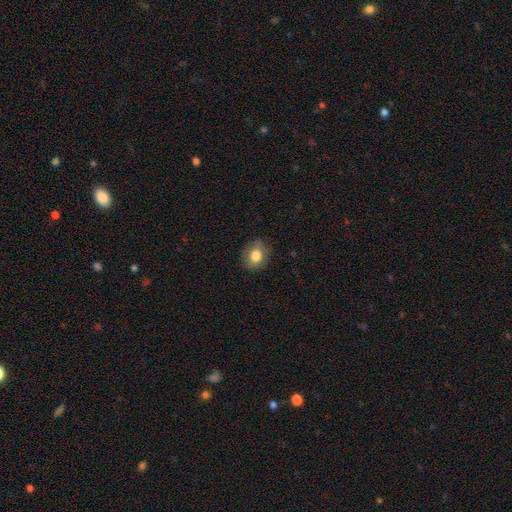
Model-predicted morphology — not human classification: A smooth galaxy with no disk features (79%) that is round (62%). Merging: none (85%).